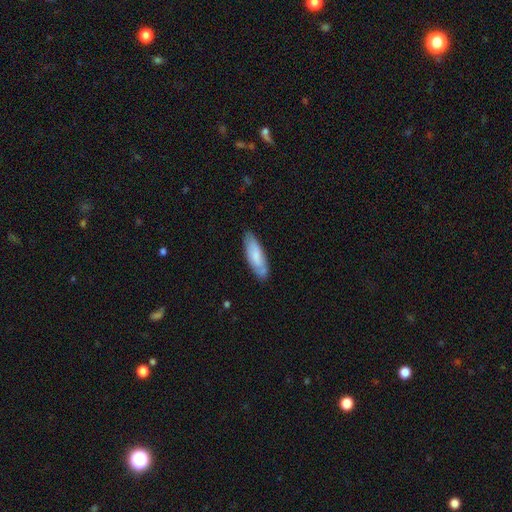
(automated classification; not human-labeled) Smooth or featured? smooth (69%)
How rounded? in between (51%)
Merging? none (77%)